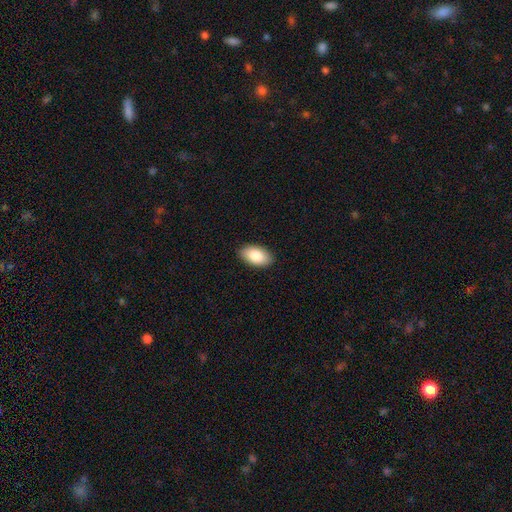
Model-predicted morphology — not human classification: Q: Smooth or featured?
A: smooth (86%); runner-up: featured or disk (8%)
Q: How rounded?
A: in between (95%); runner-up: round (4%)
Q: Merging?
A: none (89%); runner-up: minor disturbance (8%)